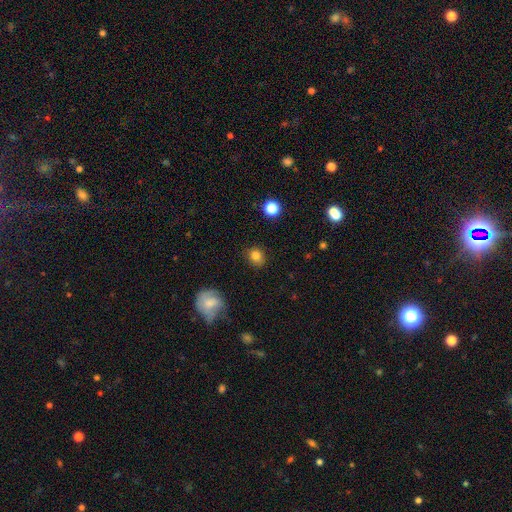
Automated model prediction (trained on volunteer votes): smooth 83%, star or artifact 11%, featured or disk 6%. Down the decision tree: how rounded — round (74%); merging — none (84%).